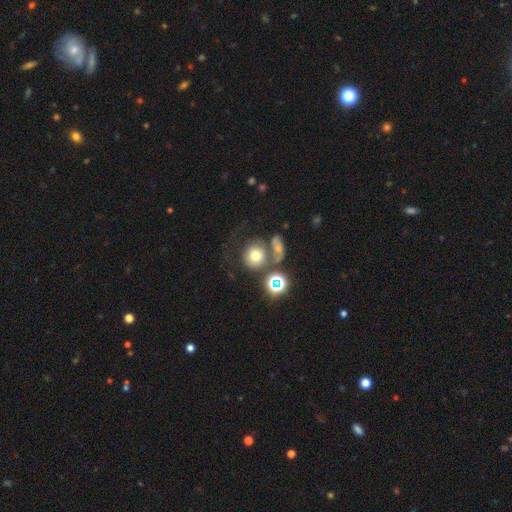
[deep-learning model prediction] Smooth or featured? smooth (67%)
How rounded? round (83%)
Merging? none (47%)